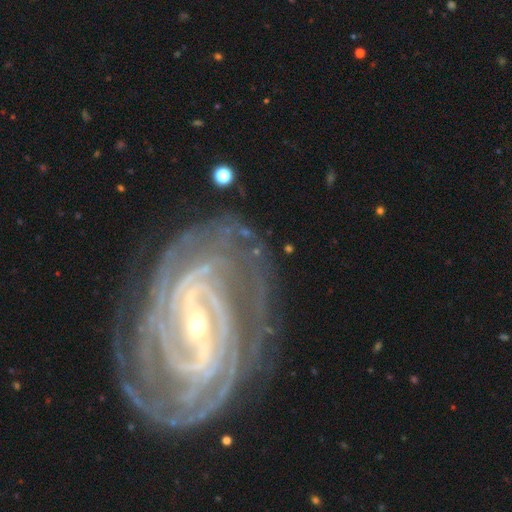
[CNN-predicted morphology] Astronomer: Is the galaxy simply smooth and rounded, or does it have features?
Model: featured or disk — 92%.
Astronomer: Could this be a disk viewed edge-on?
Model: no — 97%.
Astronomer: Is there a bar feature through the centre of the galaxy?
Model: strong — 55%.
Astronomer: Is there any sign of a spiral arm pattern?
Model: yes — 98%.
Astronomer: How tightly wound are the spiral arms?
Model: tight — 77%.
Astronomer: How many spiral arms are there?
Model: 4 — 24% (runner-up: can't tell, 17%).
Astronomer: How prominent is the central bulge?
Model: small — 72%.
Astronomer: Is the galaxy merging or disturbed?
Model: none — 76%.